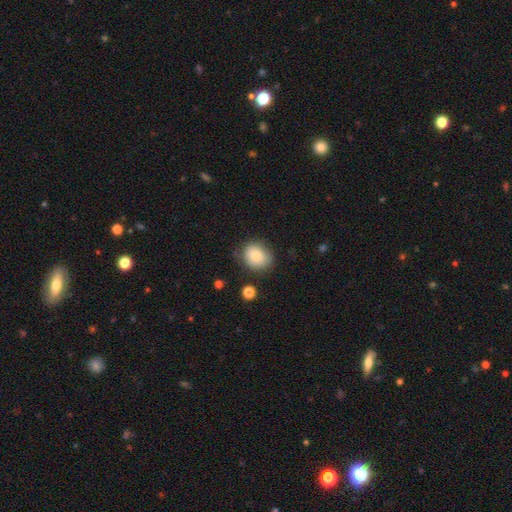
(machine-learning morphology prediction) smooth 82%, featured or disk 9%, star or artifact 9%. Down the decision tree: how rounded — round (64%); merging — none (74%).